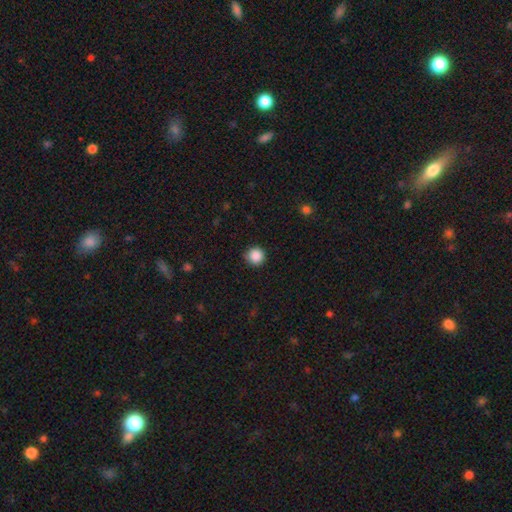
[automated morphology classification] smooth-or-featured: smooth: 88% | star or artifact: 10% | featured or disk: 3%
  how-rounded: round: 95% | in between: 5% | cigar-shaped: 1%
  merging: none: 88% | minor disturbance: 9% | major disturbance: 2% | merger: 1%